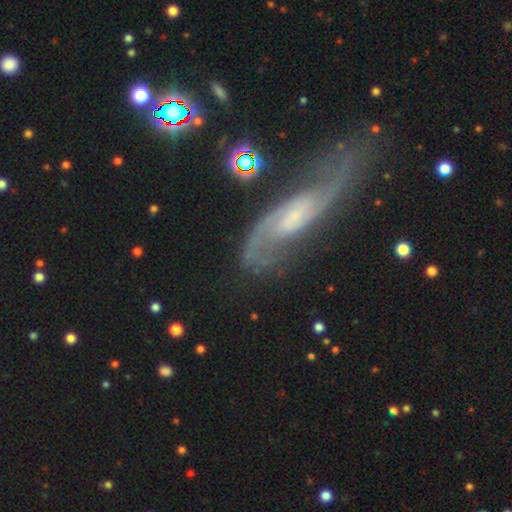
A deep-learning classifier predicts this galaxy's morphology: A featured or disk galaxy (82%) with a weak bar (43%), 2 (85%) medium (45%) spiral arms (96%) and a small central bulge (52%). Merging: none (61%).